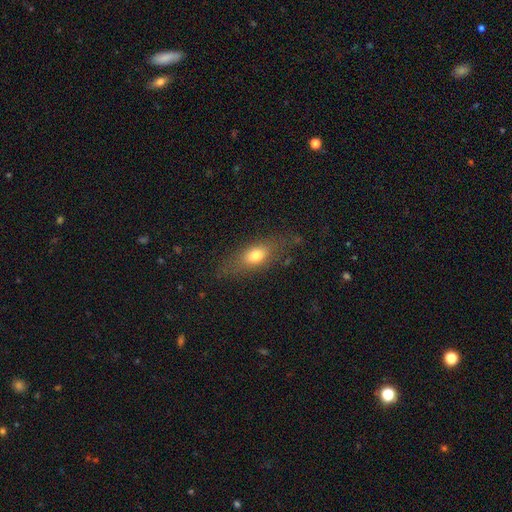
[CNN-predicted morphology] smooth_or_featured: smooth (p=0.71) [alt: featured or disk p=0.20]
how_rounded: in between (p=0.71) [alt: cigar-shaped p=0.19]
merging: none (p=0.75) [alt: minor disturbance p=0.16]